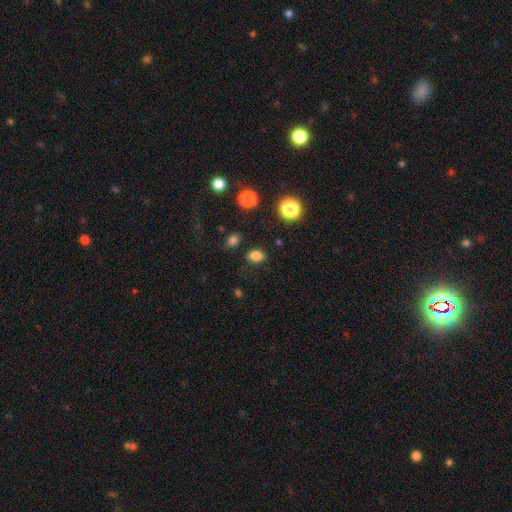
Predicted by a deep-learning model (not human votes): A smooth galaxy with no disk features (81%) that is in between round and cigar-shaped (73%).

Vote fractions:
- Smooth or featured? smooth: 81% / star or artifact: 14% / featured or disk: 5%
- How rounded? in between: 73% / round: 25% / cigar-shaped: 1%
- Merging? none: 83% / minor disturbance: 11% / major disturbance: 3% / merger: 3%